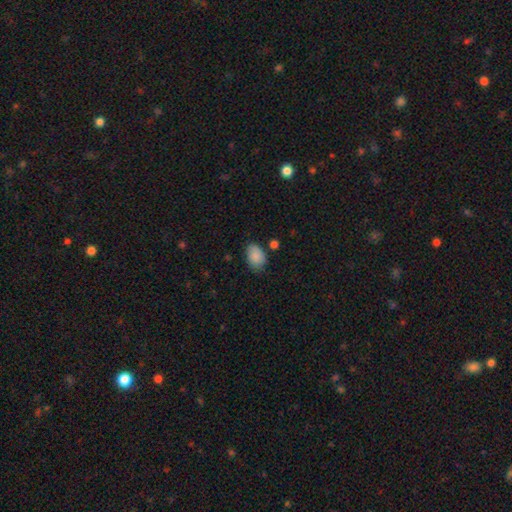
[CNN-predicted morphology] A smooth galaxy with no disk features (88%) that is in between round and cigar-shaped (85%).

Vote fractions:
- Smooth or featured? smooth: 88% / star or artifact: 7% / featured or disk: 5%
- How rounded? in between: 85% / round: 13% / cigar-shaped: 1%
- Merging? none: 73% / minor disturbance: 20% / major disturbance: 4% / merger: 4%